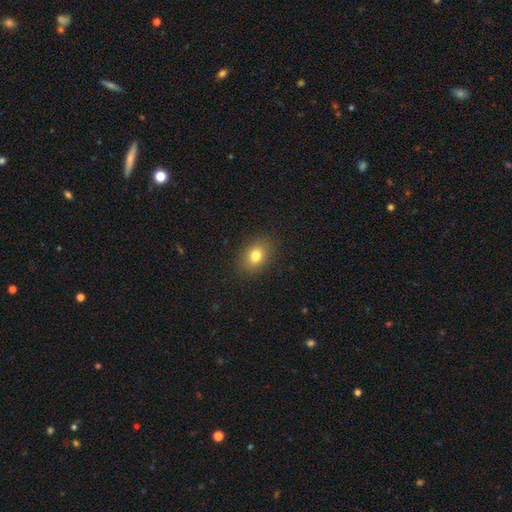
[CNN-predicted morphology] Smooth or featured? Predicted: smooth (p=0.78). How rounded? Predicted: in between (p=0.67). Merging? Predicted: none (p=0.87).